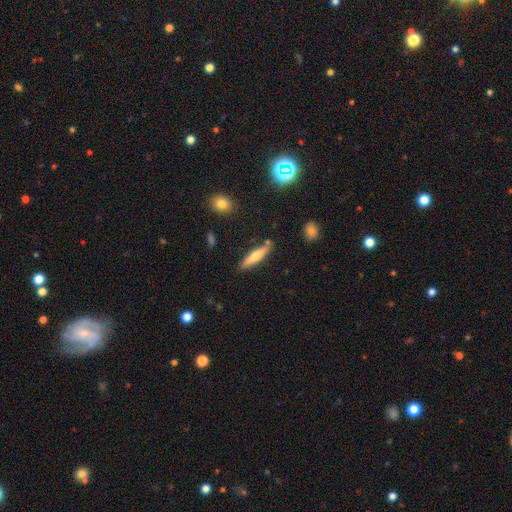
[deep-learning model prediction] This appears to be a smooth galaxy with no disk features (62%) that is cigar-shaped (85%). Merging: none (83%).